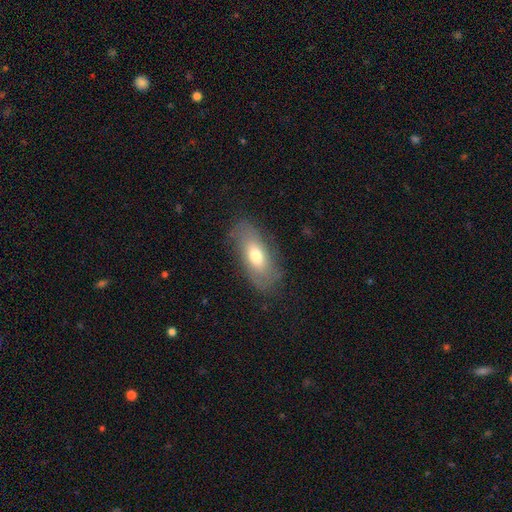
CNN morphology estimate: A smooth galaxy with no disk features (61%) that is in between round and cigar-shaped (84%). Merging: none (76%).